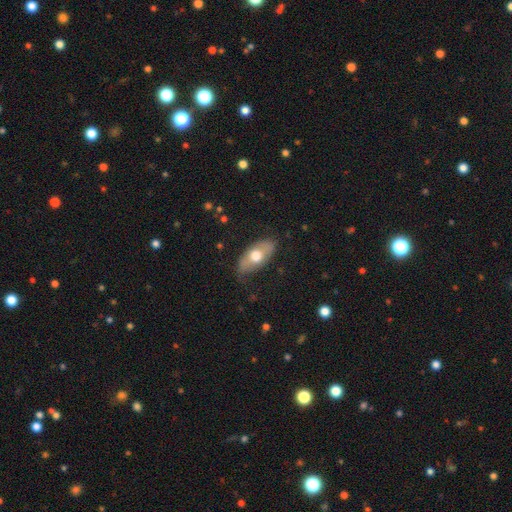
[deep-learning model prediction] Morphology: type=smooth (59%); roundness=in between (89%); merging=none (76%).